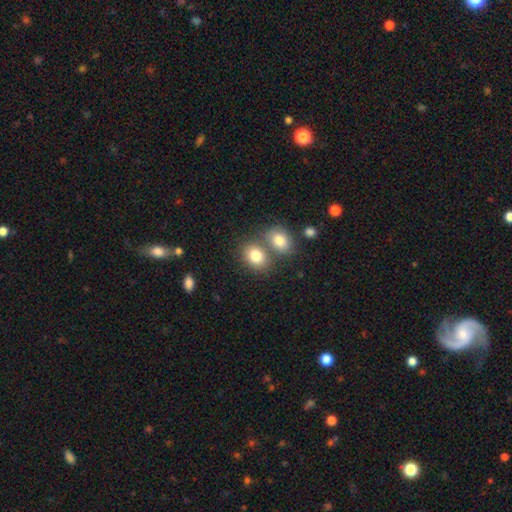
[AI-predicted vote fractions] This is clearly a smooth galaxy (81%). How rounded: possibly in between (53%). Merging: possibly none (49%).